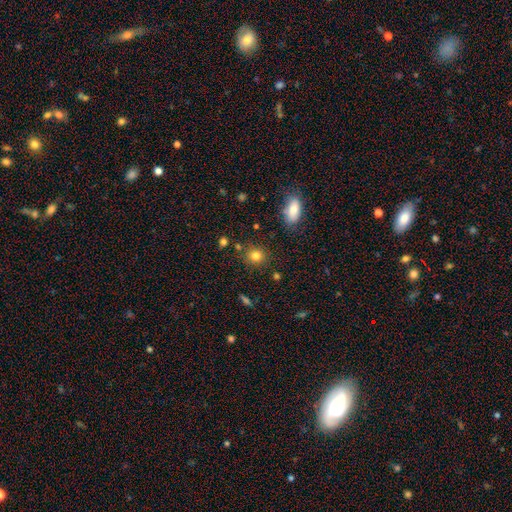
A smooth galaxy with no disk features (87%) that is round (76%). Merging: none (86%).